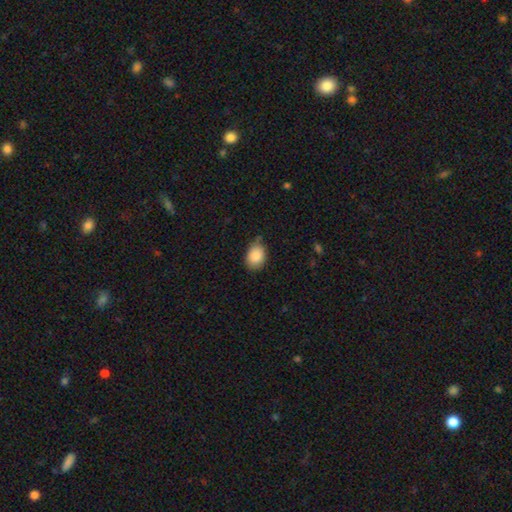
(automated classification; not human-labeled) This appears to be a smooth galaxy with no disk features (88%) that is in between round and cigar-shaped (70%). Merging: none (68%).